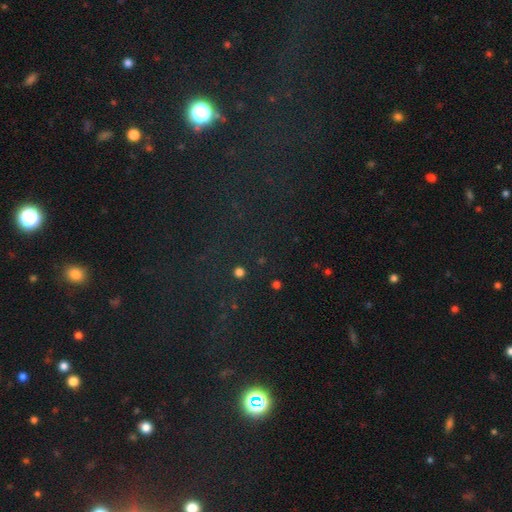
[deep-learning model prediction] A star or artifact, not a galaxy (69%).

Vote fractions:
- Smooth or featured? star or artifact: 69% / smooth: 21% / featured or disk: 10%